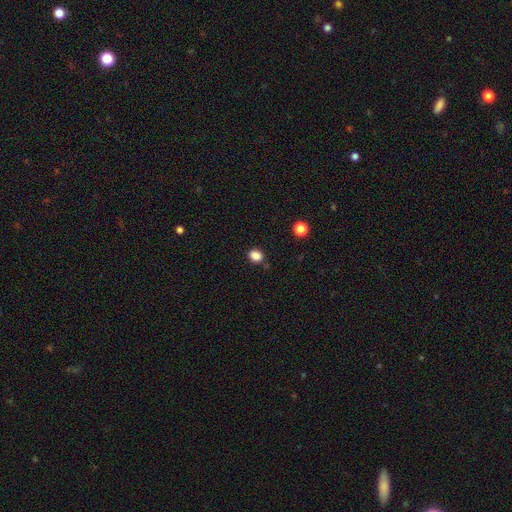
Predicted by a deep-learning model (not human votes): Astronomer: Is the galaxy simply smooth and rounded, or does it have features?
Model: smooth — 85%.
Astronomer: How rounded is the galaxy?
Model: in between — 52% (runner-up: round, 47%).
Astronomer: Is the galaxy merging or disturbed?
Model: none — 78%.